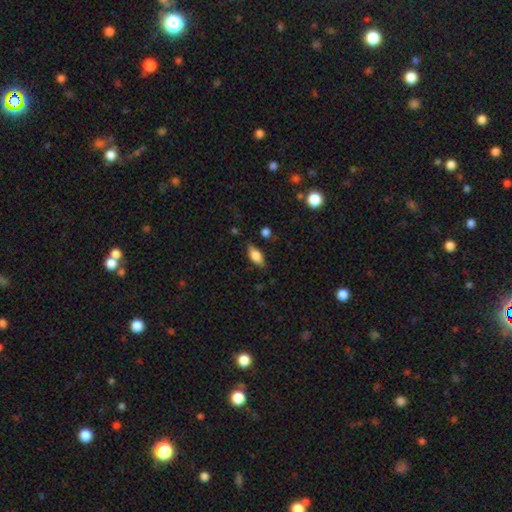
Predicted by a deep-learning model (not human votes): A smooth galaxy with no disk features (76%) that is in between round and cigar-shaped (84%).

Vote fractions:
- Smooth or featured? smooth: 76% / featured or disk: 17% / star or artifact: 8%
- How rounded? in between: 84% / cigar-shaped: 13% / round: 4%
- Merging? none: 79% / minor disturbance: 15% / major disturbance: 4% / merger: 2%